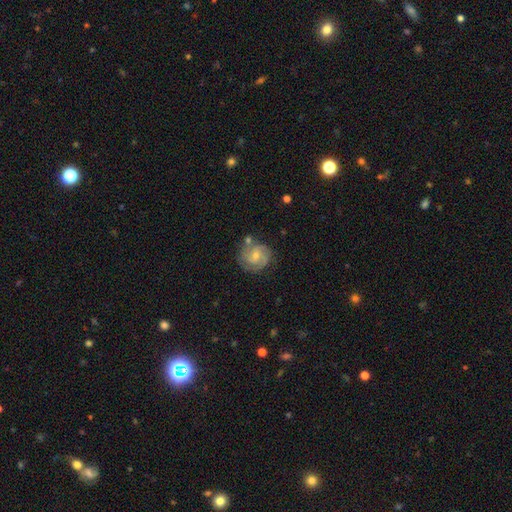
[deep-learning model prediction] The model was most divided on "spiral arm count": 2: 39%, 3: 34%, can't tell: 15%, 4: 5%, 1: 4%, more than 4: 3%. More confident: edge-on disk — no (98%); spiral arms — yes (95%); smooth or featured — featured or disk (77%); merging — none (68%); bulge size — small (57%); spiral winding — tight (56%); bar — no (55%).